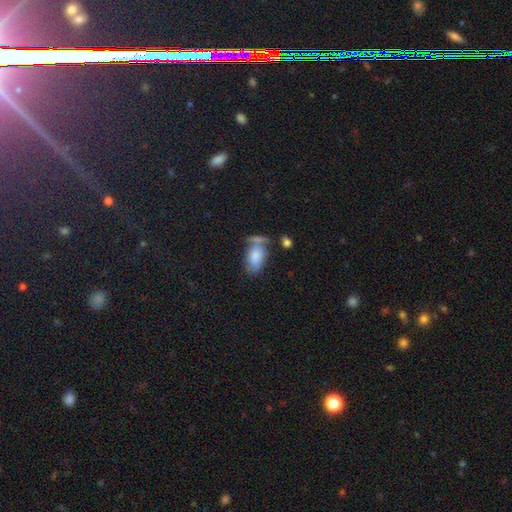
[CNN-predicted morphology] A smooth galaxy with no disk features (71%) that is in between round and cigar-shaped (91%). Merging: none (40%).